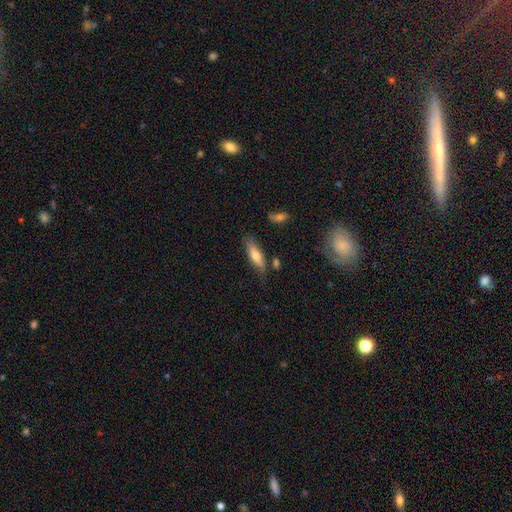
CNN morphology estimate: A smooth galaxy with no disk features (58%) that is cigar-shaped (58%).

Vote fractions:
- Smooth or featured? smooth: 58% / featured or disk: 36% / star or artifact: 7%
- How rounded? cigar-shaped: 58% / in between: 39% / round: 2%
- Merging? none: 73% / minor disturbance: 18% / merger: 5% / major disturbance: 4%